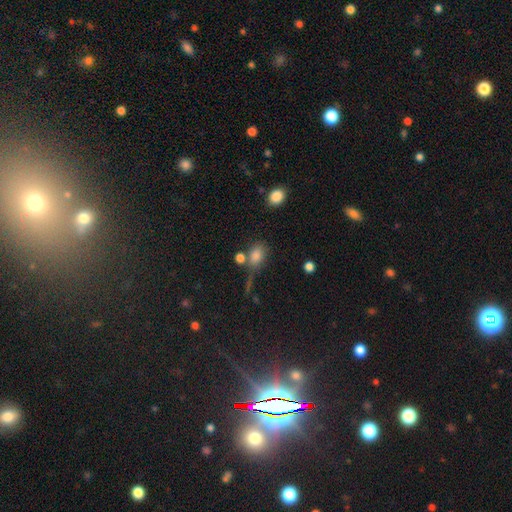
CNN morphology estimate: type=smooth (81%); roundness=in between (76%); merging=none (54%).